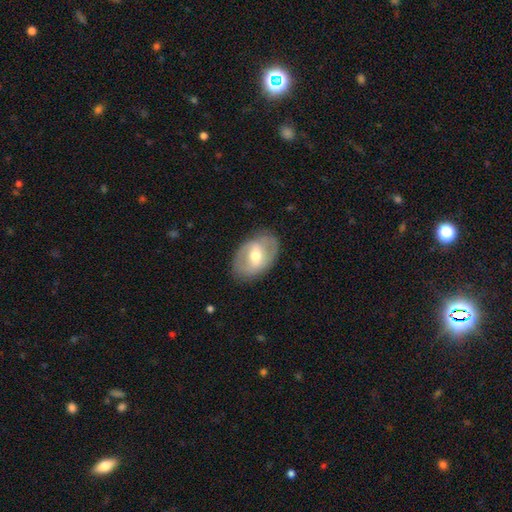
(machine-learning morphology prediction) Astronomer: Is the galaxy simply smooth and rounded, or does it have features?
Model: featured or disk — 54% (runner-up: smooth, 40%).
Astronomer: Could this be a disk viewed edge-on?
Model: no — 92%.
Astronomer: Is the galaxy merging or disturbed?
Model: none — 79%.